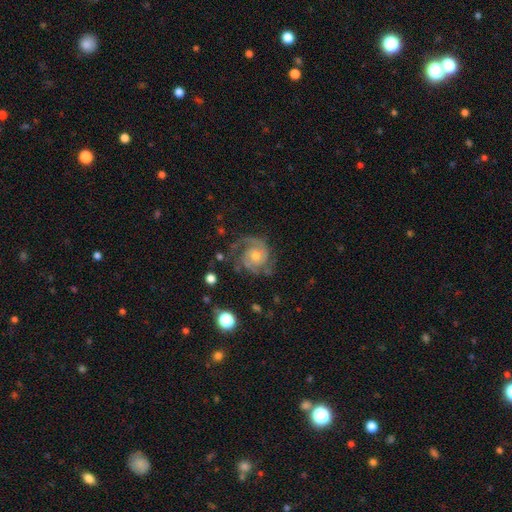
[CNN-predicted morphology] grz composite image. It shows a featured or disk galaxy (87%) with no bar (73%), 2 (51%) tight (51%) spiral arms (97%) and a moderate central bulge (48%). Merging: none (68%).